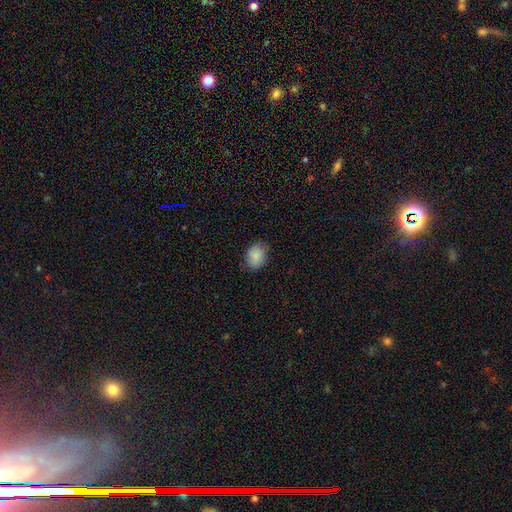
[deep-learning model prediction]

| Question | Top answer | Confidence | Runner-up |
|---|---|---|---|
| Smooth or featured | smooth | 88% | star or artifact (7%) |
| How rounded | in between | 65% | round (34%) |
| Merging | none | 81% | minor disturbance (15%) |